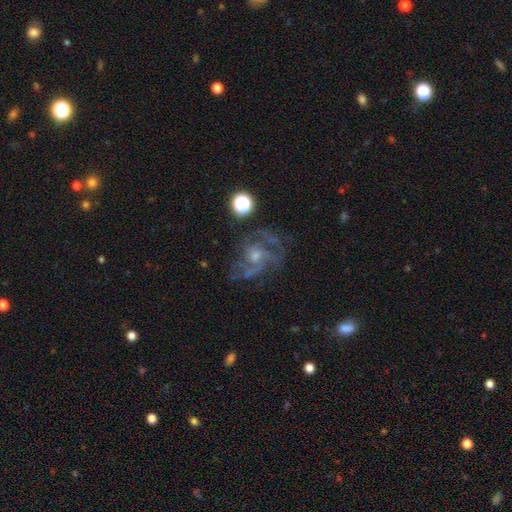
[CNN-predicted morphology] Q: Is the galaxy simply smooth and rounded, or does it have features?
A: featured or disk — 73%.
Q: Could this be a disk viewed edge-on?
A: no — 97%.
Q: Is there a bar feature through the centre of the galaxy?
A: no — 71%.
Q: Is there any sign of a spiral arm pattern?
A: yes — 85%.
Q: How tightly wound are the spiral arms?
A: medium — 49%.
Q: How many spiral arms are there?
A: can't tell — 30%.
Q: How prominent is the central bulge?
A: small — 45%.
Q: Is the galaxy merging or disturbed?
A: none — 58%.